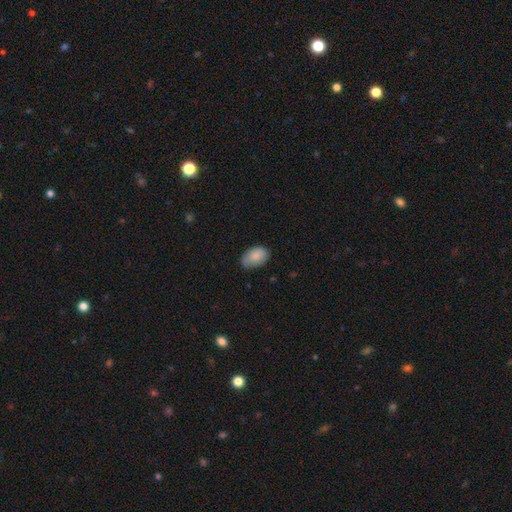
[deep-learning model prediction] smooth-or-featured: smooth: 85% | featured or disk: 8% | star or artifact: 7%
  how-rounded: in between: 88% | round: 11% | cigar-shaped: 1%
  merging: none: 69% | minor disturbance: 25% | major disturbance: 4% | merger: 1%